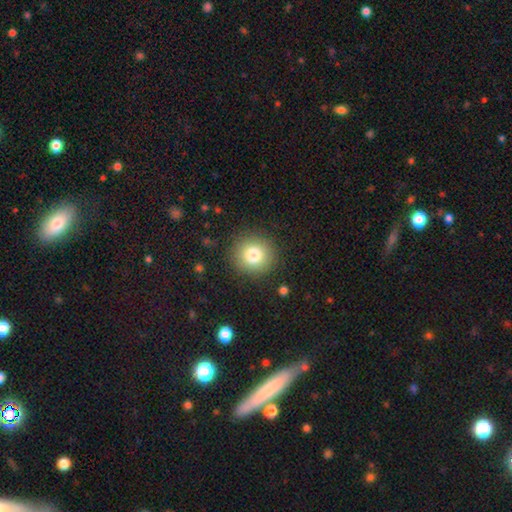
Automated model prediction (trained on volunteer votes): A smooth galaxy with no disk features (79%) that is round (92%). Merging: none (91%).